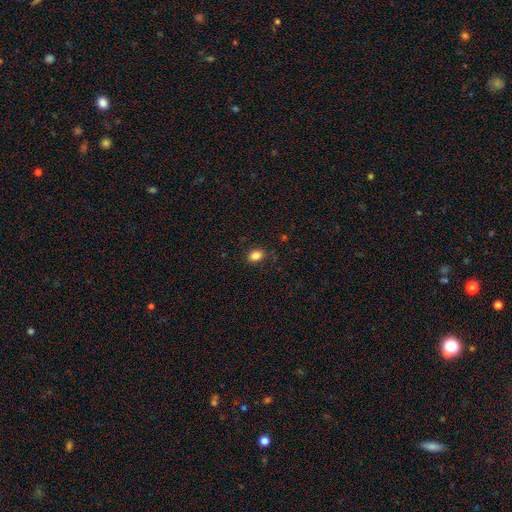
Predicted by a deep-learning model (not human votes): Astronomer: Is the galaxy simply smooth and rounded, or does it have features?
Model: smooth — 85%.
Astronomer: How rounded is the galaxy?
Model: in between — 71%.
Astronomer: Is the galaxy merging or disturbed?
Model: none — 85%.